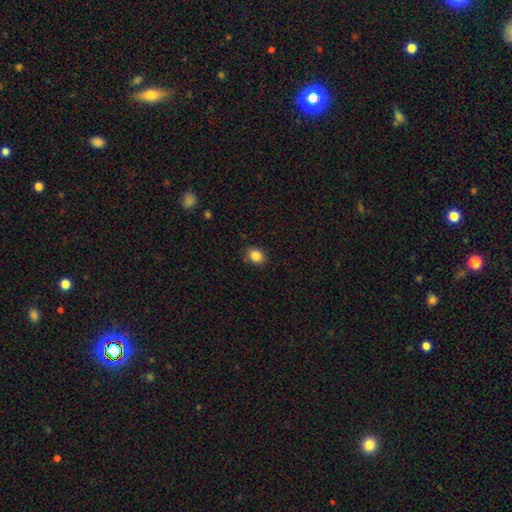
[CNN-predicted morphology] This appears to be a smooth galaxy with no disk features (86%) that is in between round and cigar-shaped (59%). Merging: none (84%).